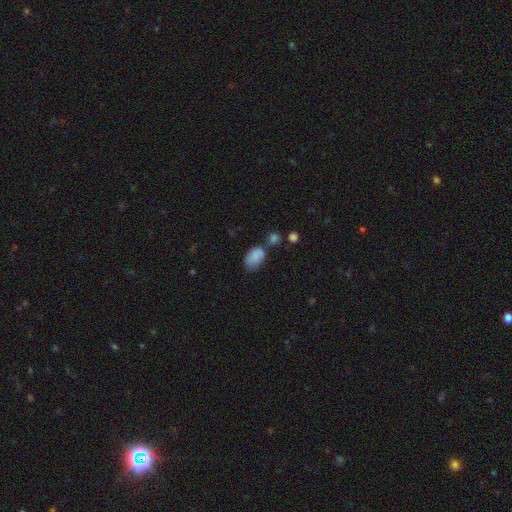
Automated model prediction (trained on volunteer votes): This appears to be a smooth galaxy with no disk features (83%) that is in between round and cigar-shaped (88%). Merging: none (49%).